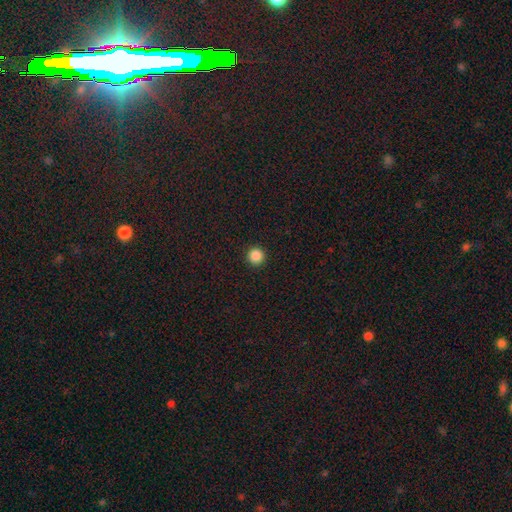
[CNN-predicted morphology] A smooth galaxy with no disk features (86%) that is round (96%). Merging: none (93%).